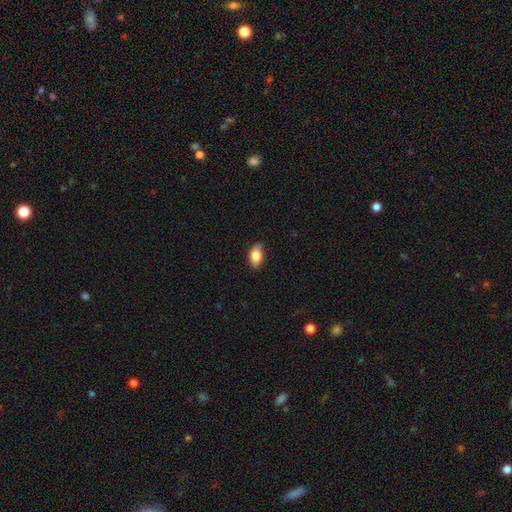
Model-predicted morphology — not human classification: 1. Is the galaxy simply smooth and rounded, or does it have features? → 82% smooth, 11% featured or disk, 7% star or artifact.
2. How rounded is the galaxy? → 90% in between, 8% round, 2% cigar-shaped.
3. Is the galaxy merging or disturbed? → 77% none, 19% minor disturbance, 3% major disturbance, 1% merger.